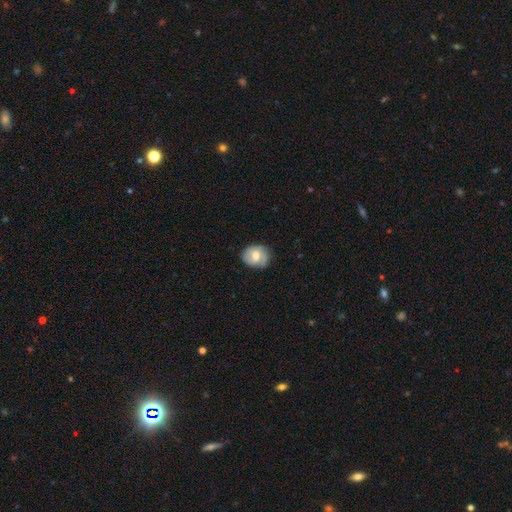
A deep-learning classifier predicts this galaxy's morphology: This appears to be a smooth galaxy with no disk features (51%) that is round (65%). Merging: none (70%).